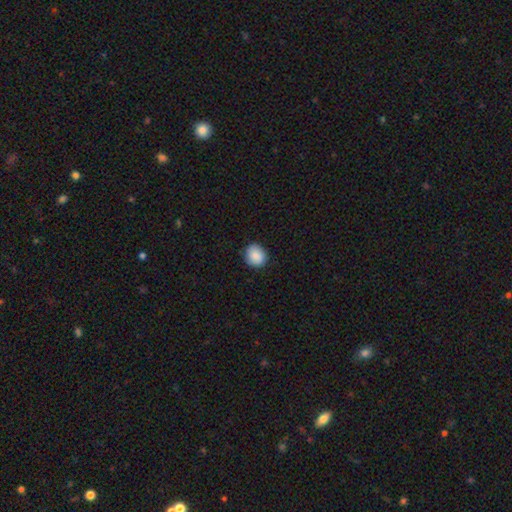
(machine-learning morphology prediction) This is clearly a smooth galaxy (88%). How rounded: likely round (75%). Merging: clearly none (85%).